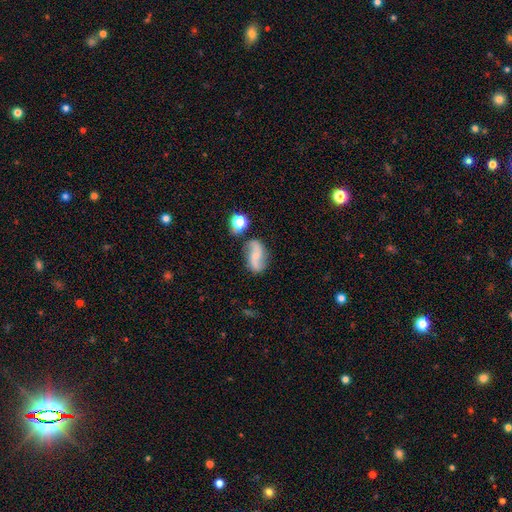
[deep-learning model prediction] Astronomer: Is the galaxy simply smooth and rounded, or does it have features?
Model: featured or disk — 64%.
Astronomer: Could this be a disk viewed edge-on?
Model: no — 96%.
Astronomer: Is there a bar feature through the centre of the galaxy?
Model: no — 54% (runner-up: weak, 32%).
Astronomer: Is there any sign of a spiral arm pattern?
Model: yes — 92%.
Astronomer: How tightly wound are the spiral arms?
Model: loose — 78%.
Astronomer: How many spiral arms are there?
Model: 2 — 92%.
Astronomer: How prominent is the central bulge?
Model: small — 49% (runner-up: none, 26%).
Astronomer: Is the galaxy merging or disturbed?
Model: none — 70%.